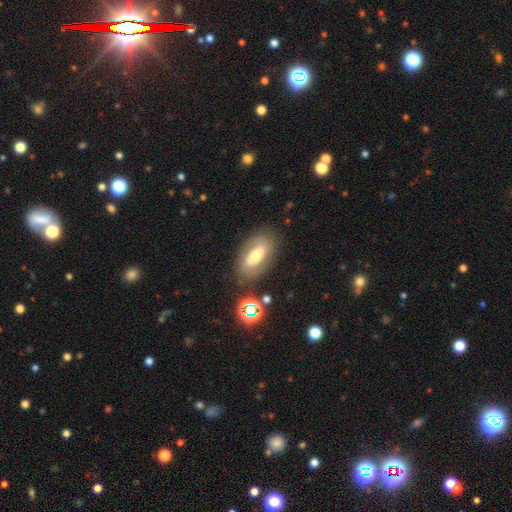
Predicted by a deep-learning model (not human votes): Q: Smooth or featured?
A: featured or disk (53%); runner-up: smooth (37%)
Q: Edge-on disk?
A: no (86%); runner-up: yes (14%)
Q: Merging?
A: none (78%); runner-up: minor disturbance (13%)